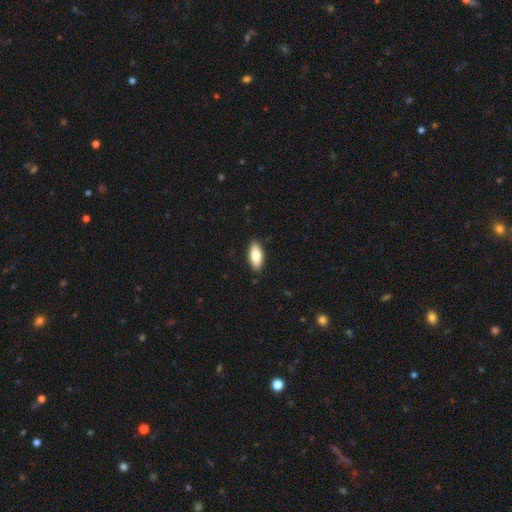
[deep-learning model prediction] Smooth or featured? smooth (80%)
How rounded? in between (84%)
Merging? none (89%)